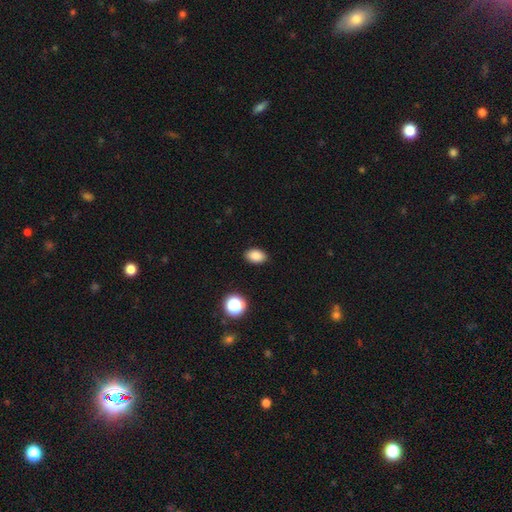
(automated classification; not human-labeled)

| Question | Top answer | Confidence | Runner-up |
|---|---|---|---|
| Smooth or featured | smooth | 85% | star or artifact (11%) |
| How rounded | in between | 85% | round (14%) |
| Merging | none | 89% | minor disturbance (8%) |